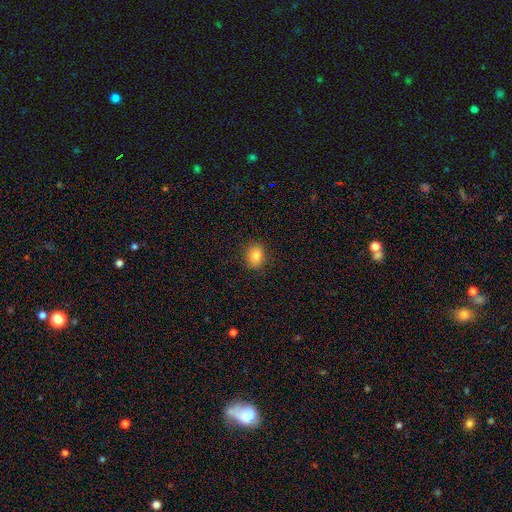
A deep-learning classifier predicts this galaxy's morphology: Smooth or featured: smooth — 84% (star or artifact — 10%)
How rounded: in between — 54% (round — 45%)
Merging: none — 87% (minor disturbance — 9%)